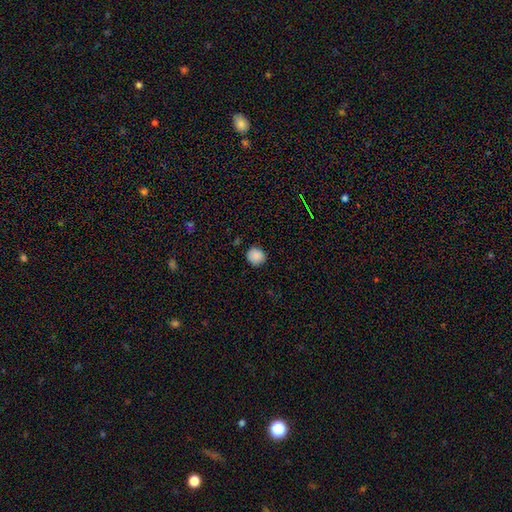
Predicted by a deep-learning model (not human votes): smooth-or-featured: smooth: 87% | star or artifact: 10% | featured or disk: 3%
  how-rounded: round: 87% | in between: 12% | cigar-shaped: 1%
  merging: none: 87% | minor disturbance: 10% | major disturbance: 2% | merger: 1%